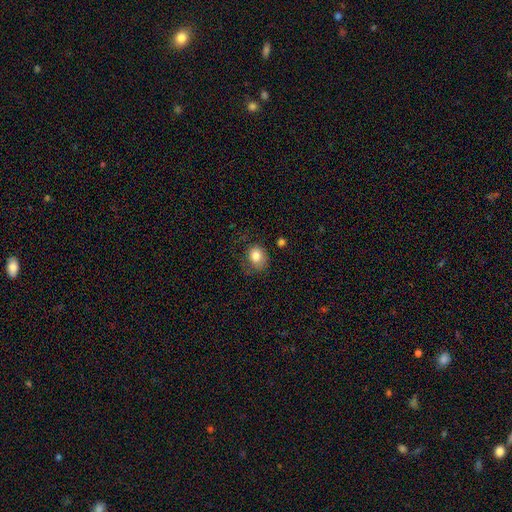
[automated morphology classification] Overall: smooth (81%). How rounded: round (55%; in between 44%). Merging: none (59%; minor disturbance 26%).